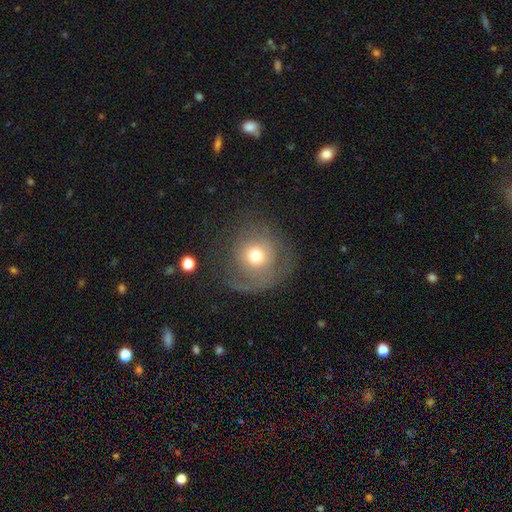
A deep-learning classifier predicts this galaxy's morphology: This is possibly a smooth galaxy (55%). How rounded: clearly round (89%). Merging: possibly none (59%).